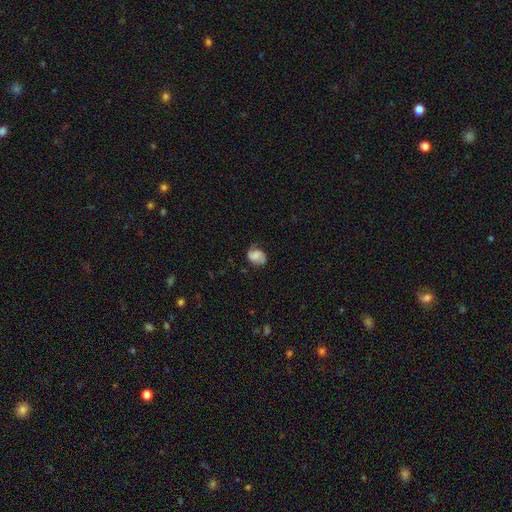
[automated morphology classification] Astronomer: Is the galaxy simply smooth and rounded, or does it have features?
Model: featured or disk — 50% (runner-up: smooth, 41%).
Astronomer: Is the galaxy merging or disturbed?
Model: none — 68%.